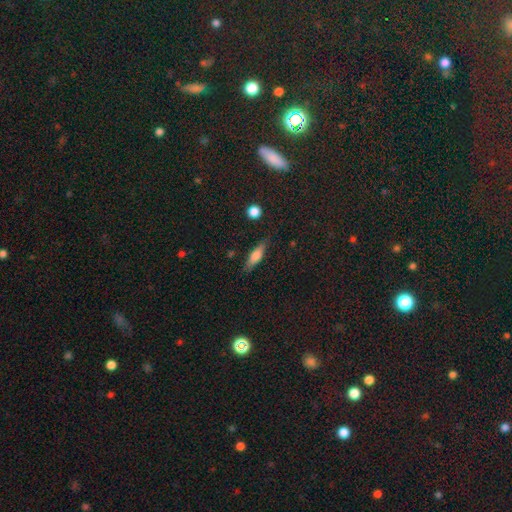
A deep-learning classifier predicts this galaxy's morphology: Smooth or featured: smooth — 59% (featured or disk — 33%)
How rounded: cigar-shaped — 61% (in between — 35%)
Merging: none — 82% (minor disturbance — 13%)